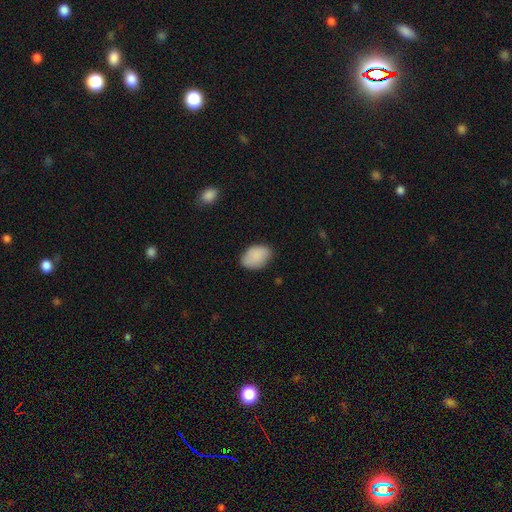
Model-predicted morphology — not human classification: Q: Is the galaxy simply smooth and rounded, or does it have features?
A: smooth — 89%.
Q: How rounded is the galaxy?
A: in between — 84%.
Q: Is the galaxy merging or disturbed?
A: none — 79%.